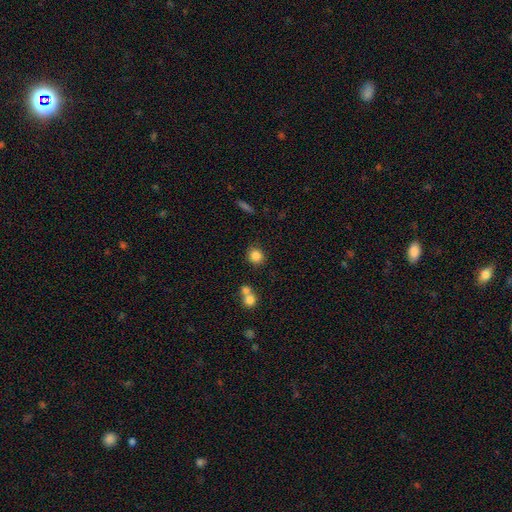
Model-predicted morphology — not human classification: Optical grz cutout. It shows a smooth galaxy with no disk features (84%) that is round (84%). Merging: none (77%).